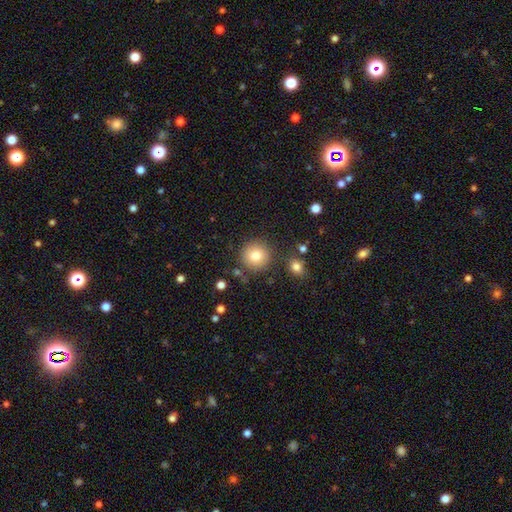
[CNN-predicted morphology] type=smooth (80%); roundness=round (95%); merging=none (85%).